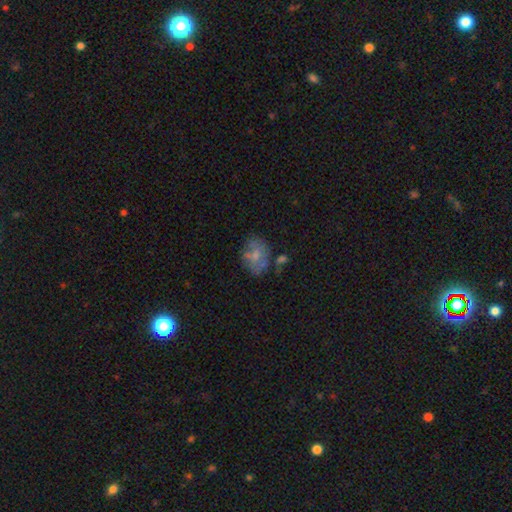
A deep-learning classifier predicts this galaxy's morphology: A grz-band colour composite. It shows a smooth galaxy with no disk features (54%) that is in between round and cigar-shaped (62%). Merging: none (47%).